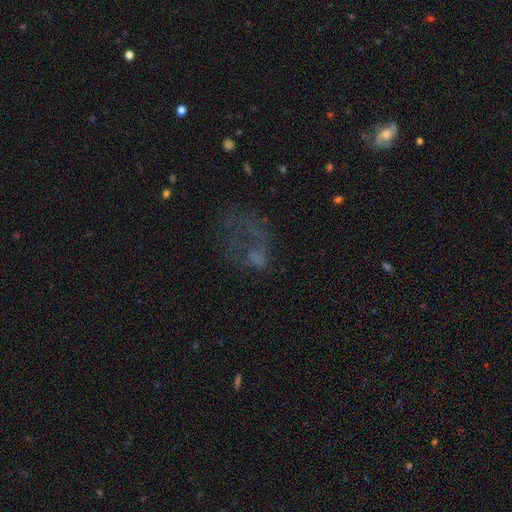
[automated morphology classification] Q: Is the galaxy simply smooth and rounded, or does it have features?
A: featured or disk — 43%.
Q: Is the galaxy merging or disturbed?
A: major disturbance — 56%.